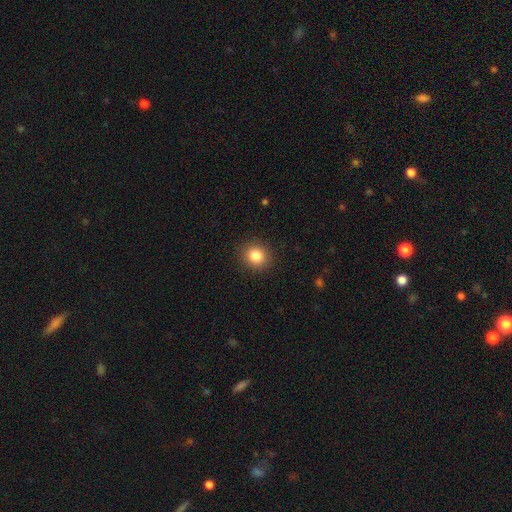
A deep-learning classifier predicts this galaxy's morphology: smooth 84%, star or artifact 10%, featured or disk 6%. Down the decision tree: how rounded — round (81%); merging — none (91%).